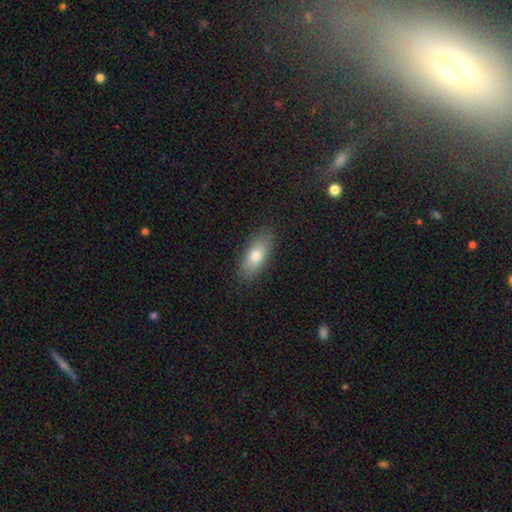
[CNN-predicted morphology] Smooth or featured?
  - smooth: 76% *
  - featured or disk: 17%
  - star or artifact: 7%
How rounded?
  - in between: 81% *
  - cigar-shaped: 15%
  - round: 4%
Merging?
  - none: 86% *
  - minor disturbance: 10%
  - major disturbance: 3%
  - merger: 1%